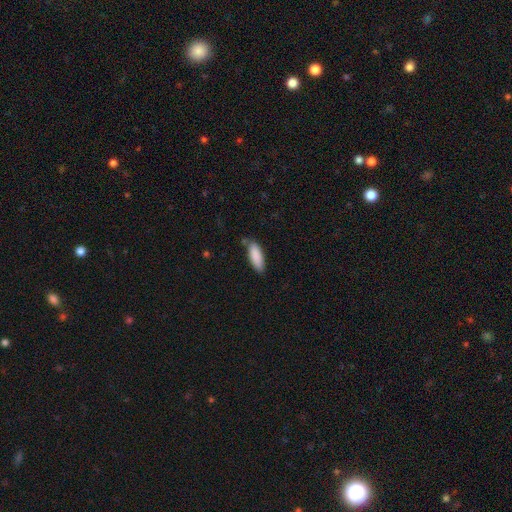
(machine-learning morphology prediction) This is clearly a smooth galaxy (88%). How rounded: likely in between (66%). Merging: likely none (69%).